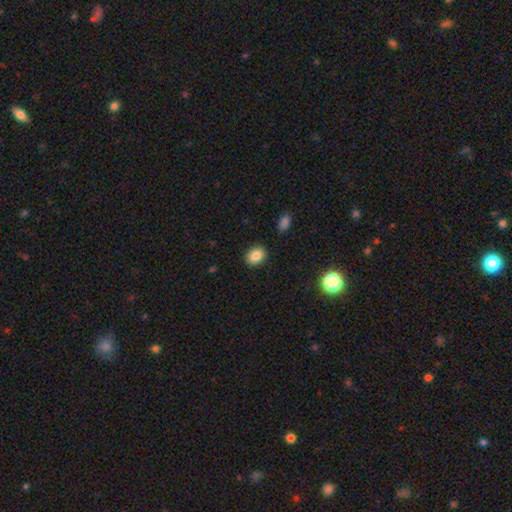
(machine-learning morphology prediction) This is clearly a smooth galaxy (84%). How rounded: possibly in between (55%). Merging: clearly none (89%).